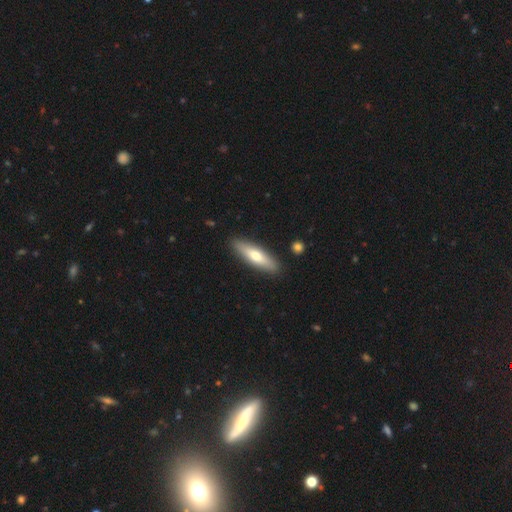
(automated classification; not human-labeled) Smooth or featured? Predicted: smooth (p=0.59). How rounded? Predicted: cigar-shaped (p=0.69). Merging? Predicted: none (p=0.89).